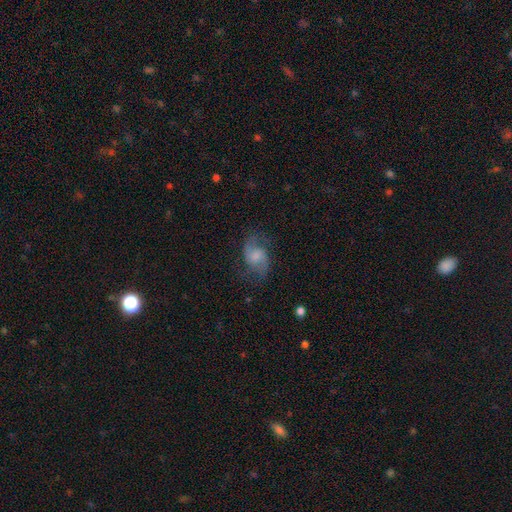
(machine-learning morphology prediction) type=featured or disk (64%); edge-on=no (97%); bar=no (53%); spiral arms=yes (91%); winding=loose (46%); arm count=2 (88%); bulge=moderate (36%); merging=none (67%).